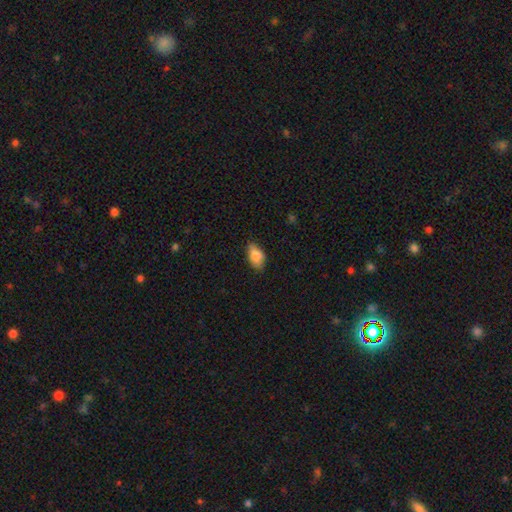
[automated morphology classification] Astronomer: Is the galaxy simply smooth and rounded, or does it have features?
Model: smooth — 84%.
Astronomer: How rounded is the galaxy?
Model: in between — 90%.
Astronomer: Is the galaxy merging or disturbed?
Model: none — 71%.